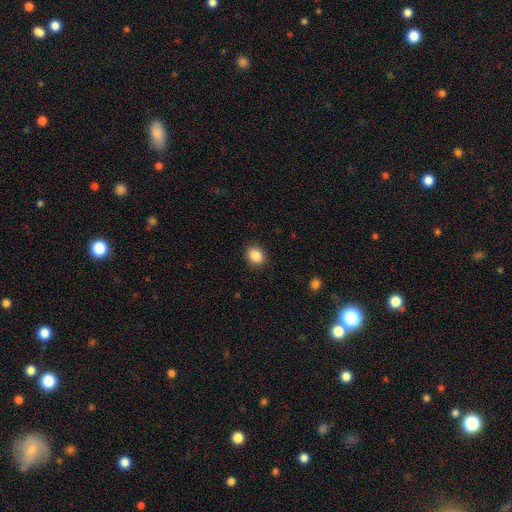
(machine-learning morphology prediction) Overall: smooth (87%). How rounded: round (50%; in between 49%). Merging: none (89%).